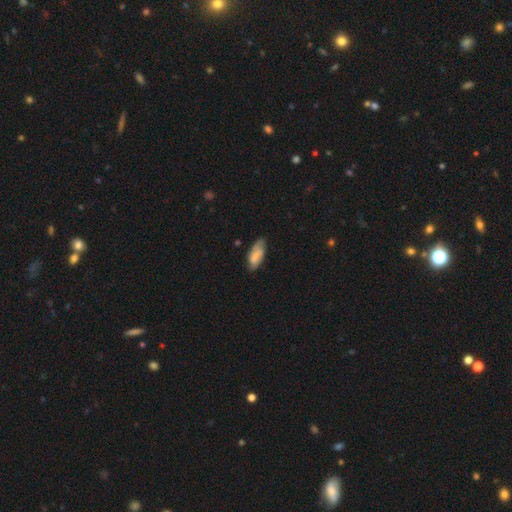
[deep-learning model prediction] A smooth galaxy with no disk features (71%) that is in between round and cigar-shaped (84%). Merging: none (60%).